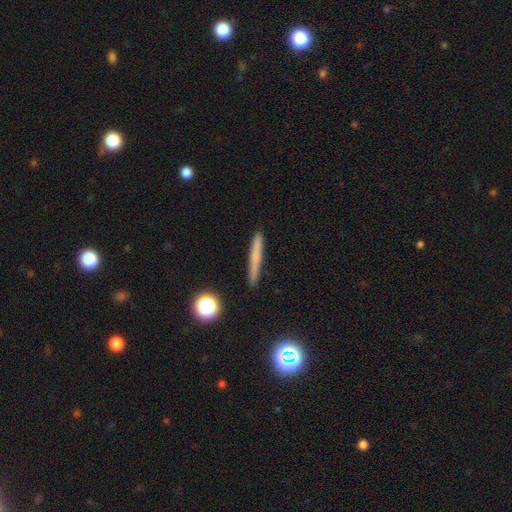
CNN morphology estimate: Overall: smooth (59%; featured or disk 31%). How rounded: cigar-shaped (94%). Merging: none (90%).